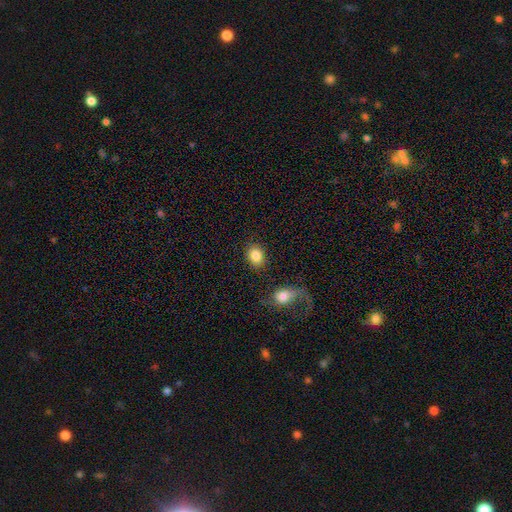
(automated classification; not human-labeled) Smooth or featured? Predicted: smooth (p=0.85). How rounded? Predicted: in between (p=0.51). Merging? Predicted: none (p=0.82).